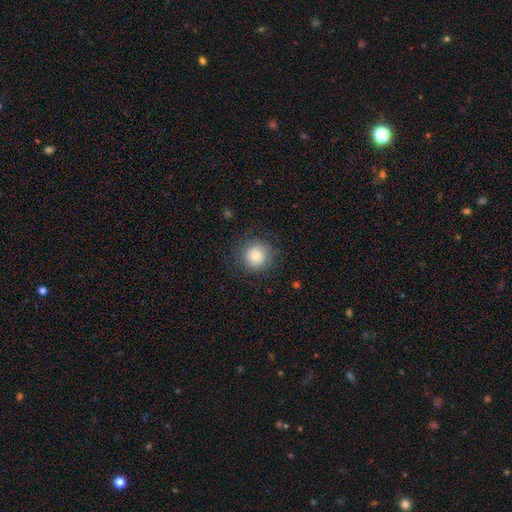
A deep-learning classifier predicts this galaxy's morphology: This appears to be a smooth galaxy with no disk features (74%) that is round (94%). Merging: none (82%).